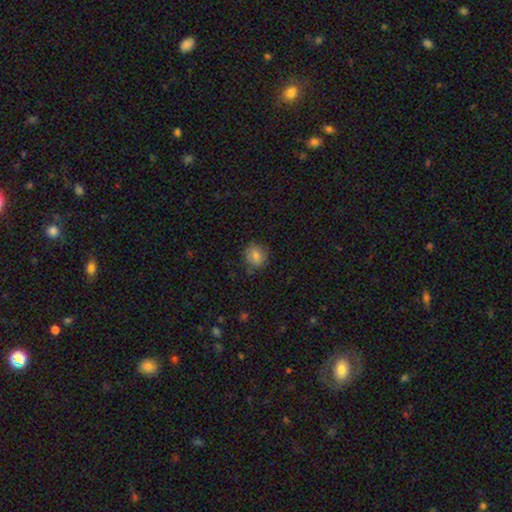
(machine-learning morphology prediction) A smooth galaxy with no disk features (78%) that is round (81%). Merging: none (81%).